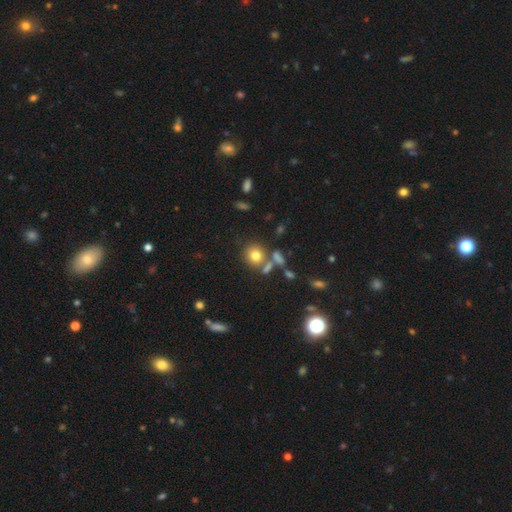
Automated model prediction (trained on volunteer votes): The model was most divided on "merging": none: 65%, merger: 18%, minor disturbance: 11%, major disturbance: 5%. More confident: how rounded — round (82%); smooth or featured — smooth (76%).